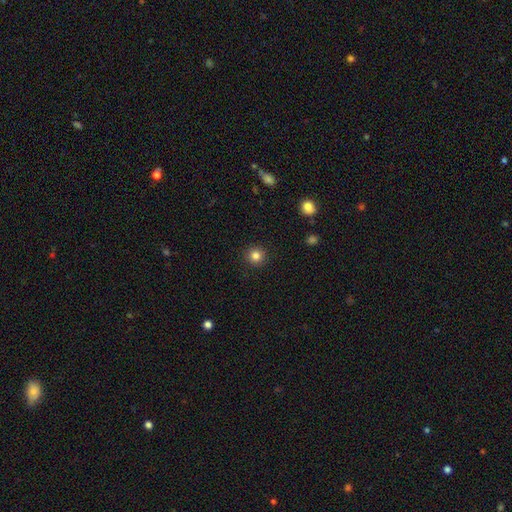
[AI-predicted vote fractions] Q: Smooth or featured?
A: smooth (83%); runner-up: star or artifact (12%)
Q: How rounded?
A: round (95%); runner-up: in between (4%)
Q: Merging?
A: none (92%); runner-up: minor disturbance (5%)